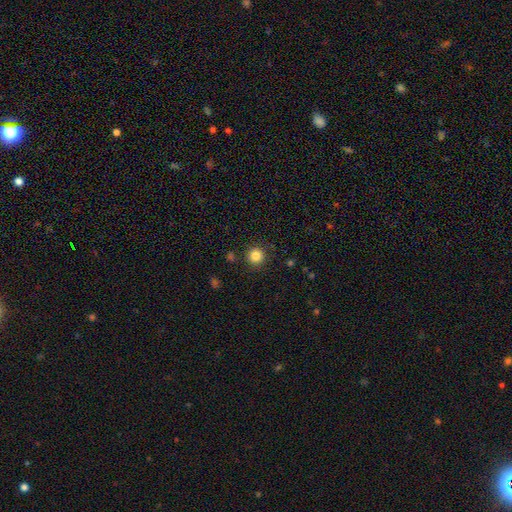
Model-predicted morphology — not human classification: smooth_or_featured: smooth (p=0.85) [alt: star or artifact p=0.11]
how_rounded: round (p=0.95) [alt: in between p=0.04]
merging: none (p=0.90) [alt: minor disturbance p=0.06]